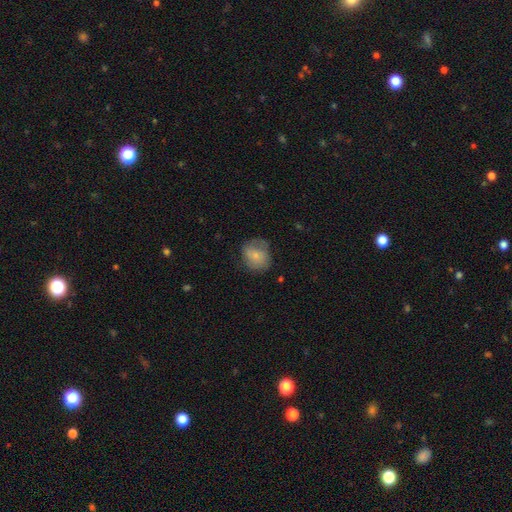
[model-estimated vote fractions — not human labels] Morphology: type=smooth (69%); roundness=round (65%); merging=none (53%).